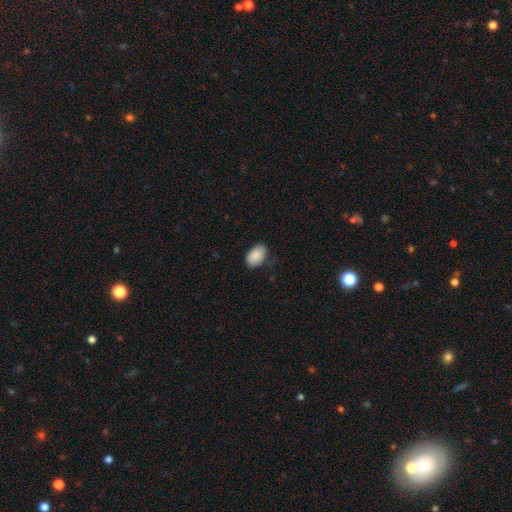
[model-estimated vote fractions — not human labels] Smooth or featured? smooth (88%)
How rounded? in between (90%)
Merging? none (75%)